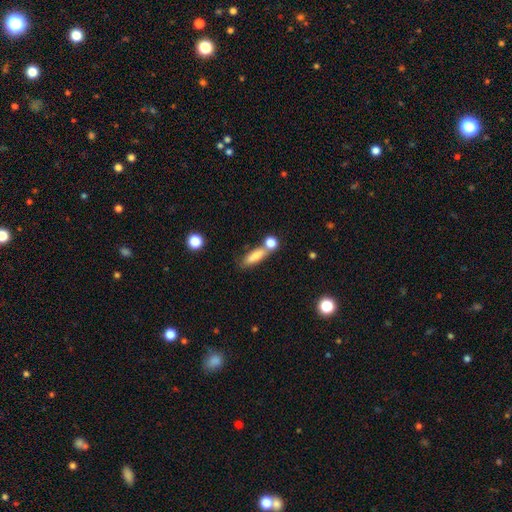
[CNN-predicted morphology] Smooth or featured? smooth (79%)
How rounded? in between (47%)
Merging? none (53%)